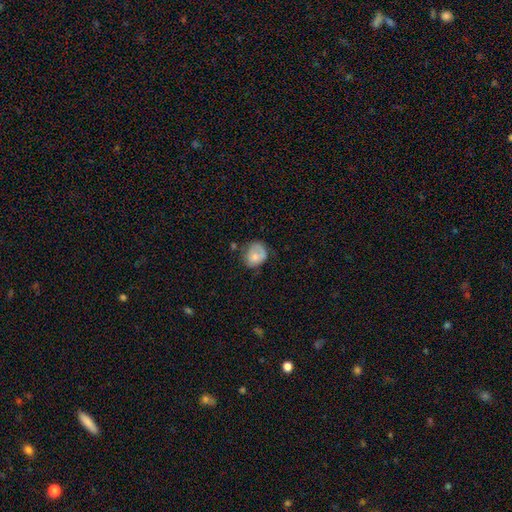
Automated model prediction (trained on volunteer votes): Smooth or featured?
  - smooth: 70% *
  - featured or disk: 22%
  - star or artifact: 8%
How rounded?
  - round: 60% *
  - in between: 39%
  - cigar-shaped: 1%
Merging?
  - none: 47% *
  - minor disturbance: 34%
  - major disturbance: 14%
  - merger: 5%